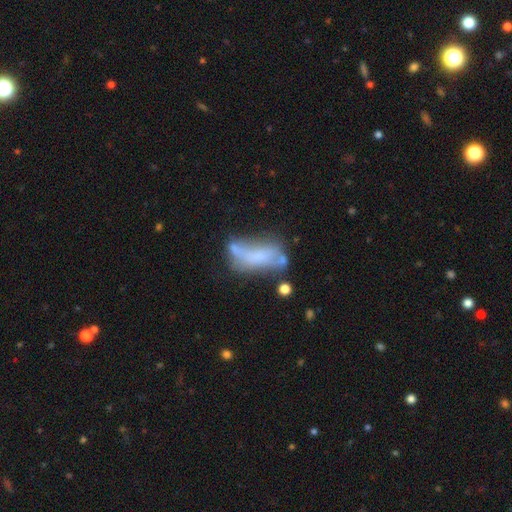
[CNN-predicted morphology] A smooth galaxy with no disk features (45%).

Vote fractions:
- Smooth or featured? smooth: 45% / featured or disk: 44% / star or artifact: 11%
- Merging? none: 29% / merger: 25% / major disturbance: 23% / minor disturbance: 23%